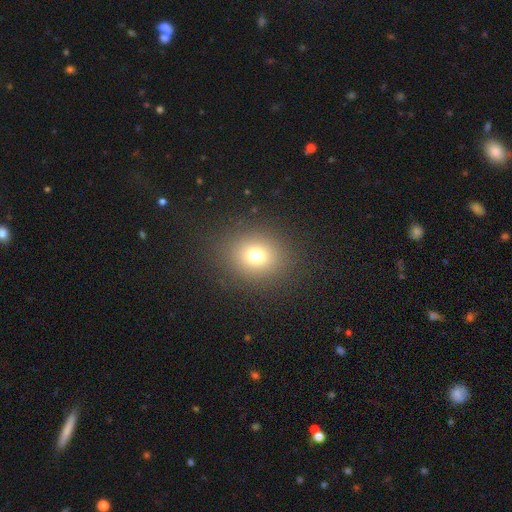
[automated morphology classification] Smooth or featured?
  - smooth: 72% *
  - star or artifact: 18%
  - featured or disk: 10%
How rounded?
  - round: 73% *
  - in between: 26%
  - cigar-shaped: 1%
Merging?
  - none: 88% *
  - minor disturbance: 7%
  - major disturbance: 4%
  - merger: 1%